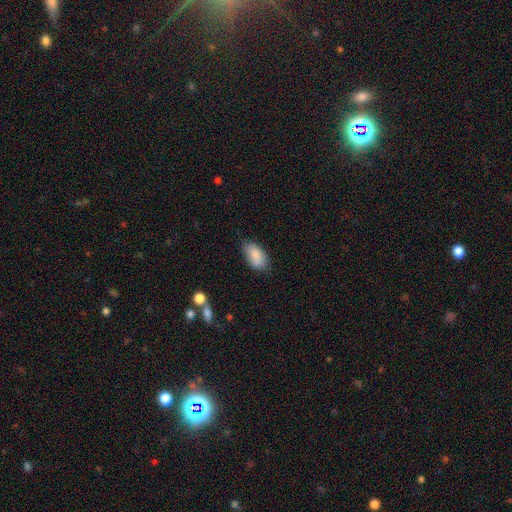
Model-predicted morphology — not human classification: A smooth galaxy with no disk features (86%) that is in between round and cigar-shaped (93%). Merging: none (72%).